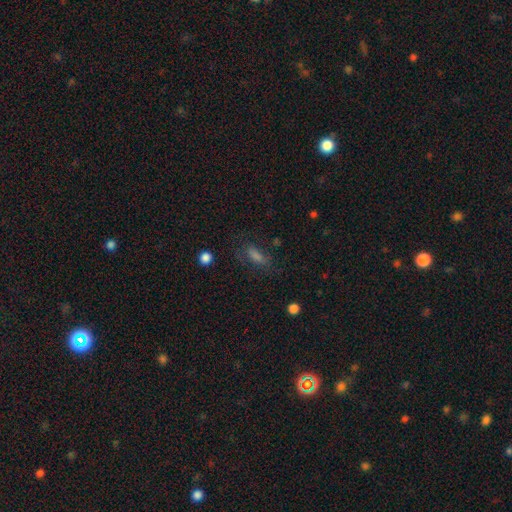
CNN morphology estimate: Smooth or featured? smooth (63%)
How rounded? in between (60%)
Merging? none (68%)